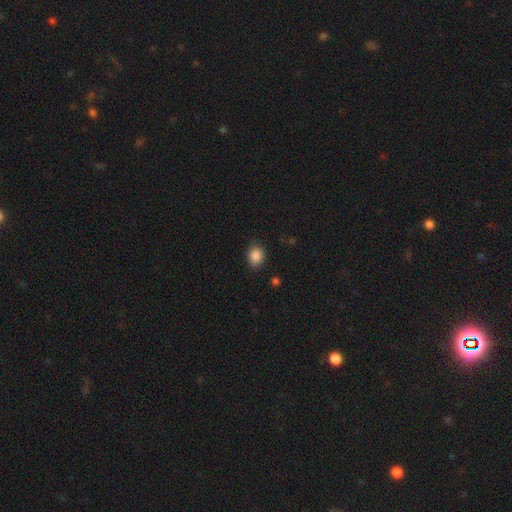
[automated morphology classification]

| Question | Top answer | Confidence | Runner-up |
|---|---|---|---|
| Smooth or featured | smooth | 87% | star or artifact (9%) |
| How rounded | round | 55% | in between (44%) |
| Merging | none | 82% | minor disturbance (13%) |